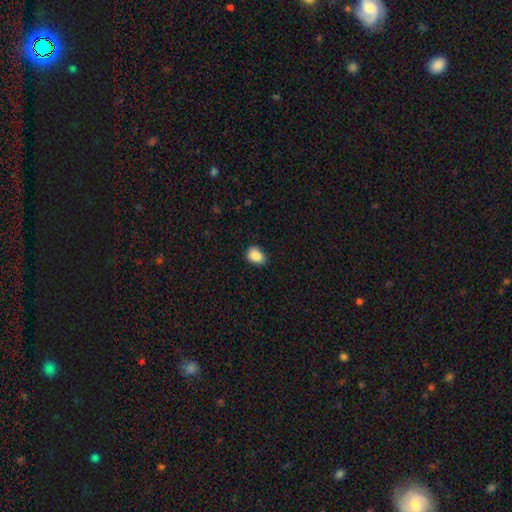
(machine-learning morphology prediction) Smooth or featured: smooth — 88% (star or artifact — 9%)
How rounded: in between — 66% (round — 33%)
Merging: none — 77% (minor disturbance — 19%)